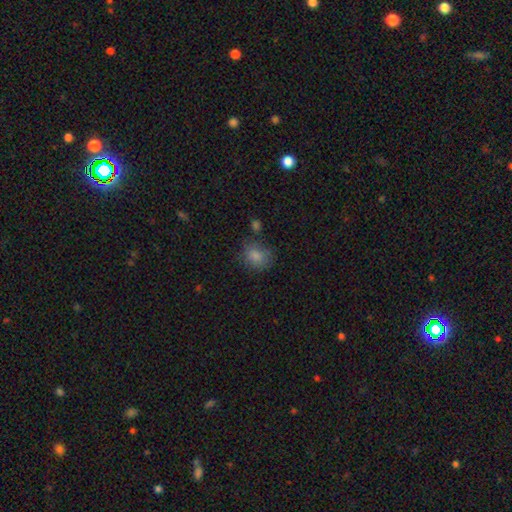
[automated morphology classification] Smooth or featured: smooth — 84% (star or artifact — 10%)
How rounded: round — 62% (in between — 37%)
Merging: none — 67% (minor disturbance — 19%)